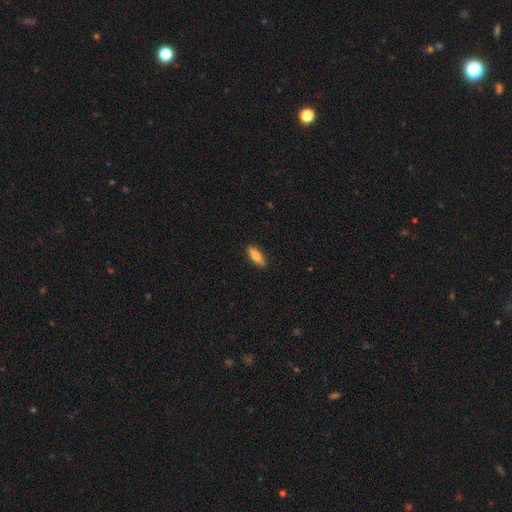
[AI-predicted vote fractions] The model was most divided on "how rounded": cigar-shaped: 49%, in between: 48%, round: 3%. More confident: merging — none (89%); smooth or featured — smooth (67%).